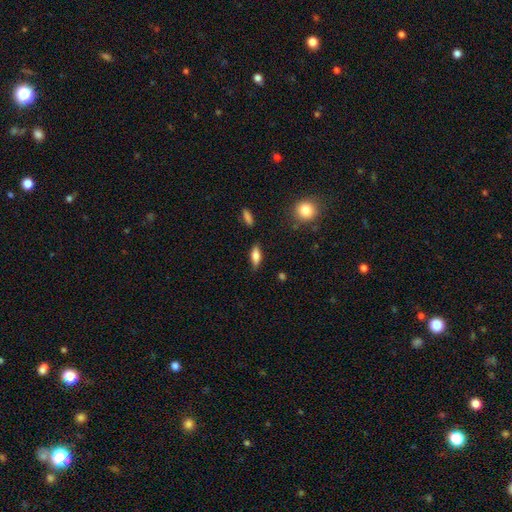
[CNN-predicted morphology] smooth_or_featured: smooth (p=0.67) [alt: featured or disk p=0.25]
how_rounded: in between (p=0.66) [alt: cigar-shaped p=0.31]
merging: none (p=0.80) [alt: minor disturbance p=0.15]